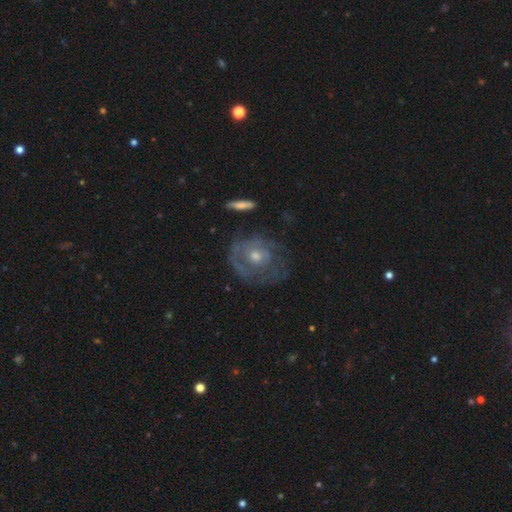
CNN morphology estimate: featured or disk 68%, smooth 23%, star or artifact 9%. Down the decision tree: edge-on disk — no (96%); bar — no (82%); spiral arms — yes (58%); bulge size — moderate (54%); merging — none (60%).